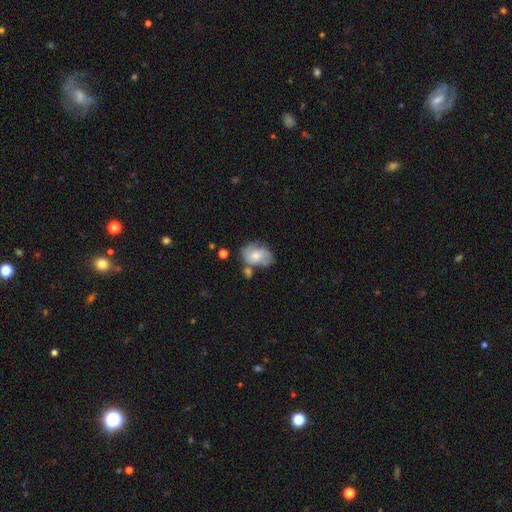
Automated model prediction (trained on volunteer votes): This appears to be a smooth galaxy with no disk features (47%). Merging: none (45%).